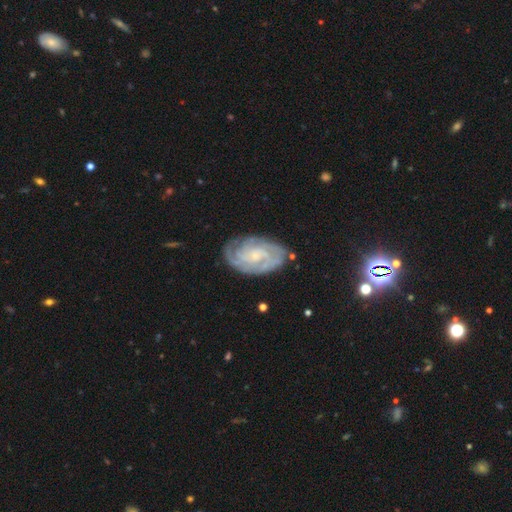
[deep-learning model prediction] A featured or disk galaxy (82%) with no bar (65%), tight (70%) spiral arms (95%) and a small central bulge (64%).

Vote fractions:
- Smooth or featured? featured or disk: 82% / smooth: 12% / star or artifact: 6%
- Edge-on disk? no: 97% / yes: 3%
- Bar? no: 65% / weak: 29% / strong: 6%
- Spiral arms? yes: 95% / no: 5%
- Spiral winding? tight: 70% / medium: 25% / loose: 5%
- Spiral arm count? can't tell: 33% / 2: 23% / 3: 21% / 4: 12% / more than 4: 6% / 1: 5%
- Bulge size? small: 64% / moderate: 25% / none: 9% / large: 2% / dominant: 1%
- Merging? none: 76% / minor disturbance: 17% / major disturbance: 5% / merger: 1%